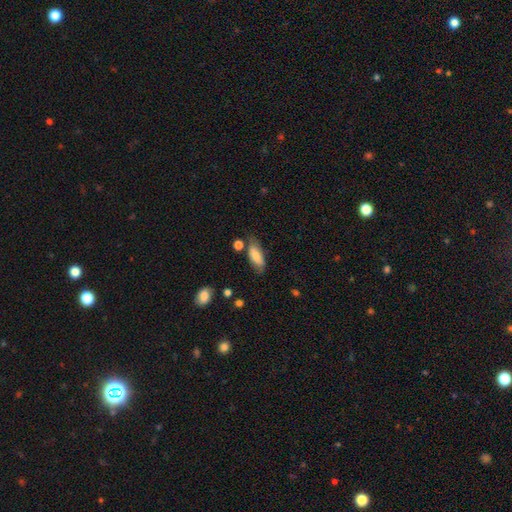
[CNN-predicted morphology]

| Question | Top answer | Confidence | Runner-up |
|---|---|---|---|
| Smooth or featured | smooth | 73% | featured or disk (20%) |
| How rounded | in between | 76% | cigar-shaped (21%) |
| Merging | none | 64% | minor disturbance (23%) |